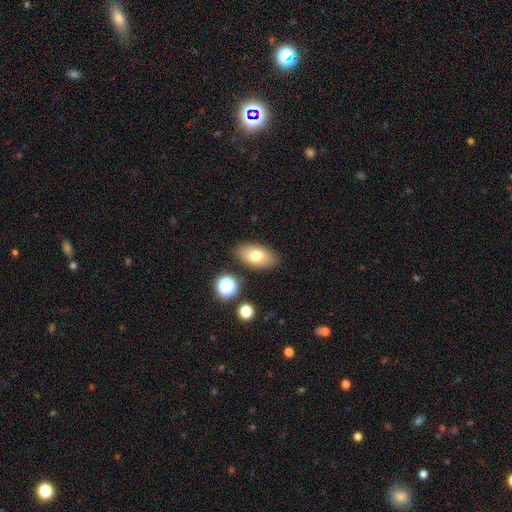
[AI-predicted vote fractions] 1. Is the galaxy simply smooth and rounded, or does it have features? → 74% smooth, 17% featured or disk, 9% star or artifact.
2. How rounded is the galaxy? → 91% in between, 6% round, 3% cigar-shaped.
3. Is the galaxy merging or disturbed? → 85% none, 10% minor disturbance, 3% merger, 3% major disturbance.